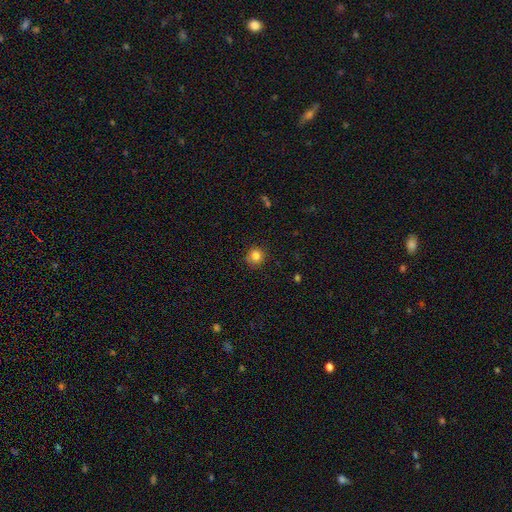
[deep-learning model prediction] A smooth galaxy with no disk features (83%) that is round (90%).

Vote fractions:
- Smooth or featured? smooth: 83% / star or artifact: 12% / featured or disk: 5%
- How rounded? round: 90% / in between: 9% / cigar-shaped: 1%
- Merging? none: 87% / minor disturbance: 10% / major disturbance: 2% / merger: 1%